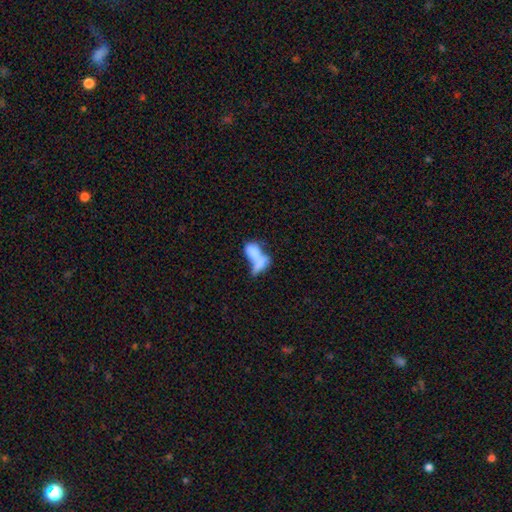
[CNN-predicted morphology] smooth_or_featured: smooth (p=0.66) [alt: featured or disk p=0.24]
how_rounded: in between (p=0.79) [alt: cigar-shaped p=0.13]
merging: merger (p=0.64) [alt: none p=0.14]